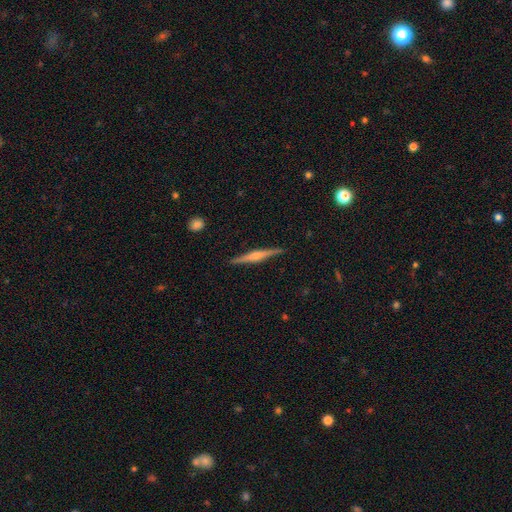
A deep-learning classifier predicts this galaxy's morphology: Smooth or featured? Predicted: featured or disk (p=0.73). Edge-on disk? Predicted: yes (p=0.98). Edge-on bulge? Predicted: rounded (p=0.75). Merging? Predicted: none (p=0.91).